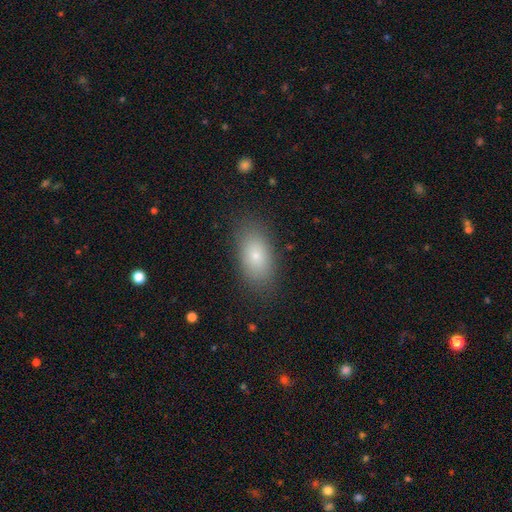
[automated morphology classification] Overall: smooth (76%). How rounded: in between (89%). Merging: none (84%).